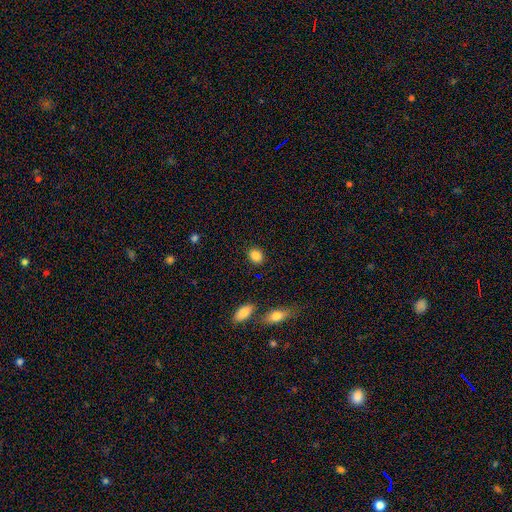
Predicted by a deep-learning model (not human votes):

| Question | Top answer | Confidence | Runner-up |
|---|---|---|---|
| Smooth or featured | smooth | 87% | star or artifact (9%) |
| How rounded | in between | 51% | round (48%) |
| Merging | none | 87% | minor disturbance (8%) |